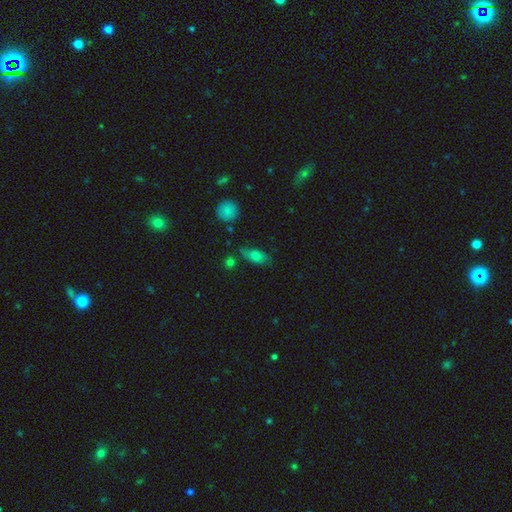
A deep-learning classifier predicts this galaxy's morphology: smooth 72%, featured or disk 17%, star or artifact 11%. Down the decision tree: how rounded — in between (78%); merging — none (69%).